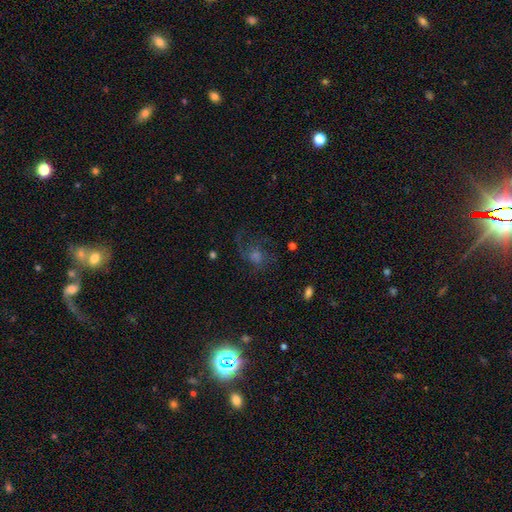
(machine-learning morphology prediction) Smooth or featured?
  - featured or disk: 42% *
  - star or artifact: 32%
  - smooth: 26%
Merging?
  - none: 58% *
  - major disturbance: 23%
  - minor disturbance: 16%
  - merger: 2%